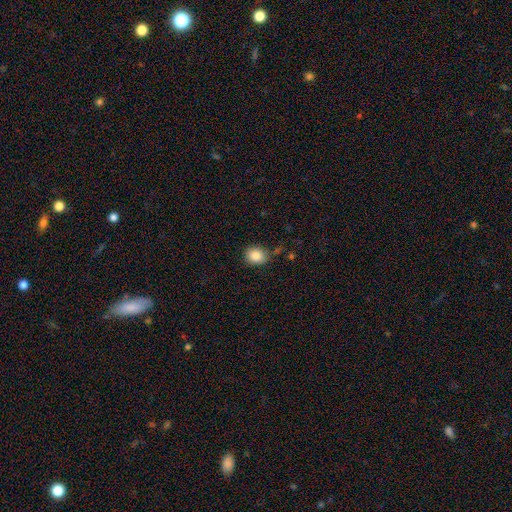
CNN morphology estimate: This is clearly a smooth galaxy (85%). How rounded: likely round (72%). Merging: likely none (78%).